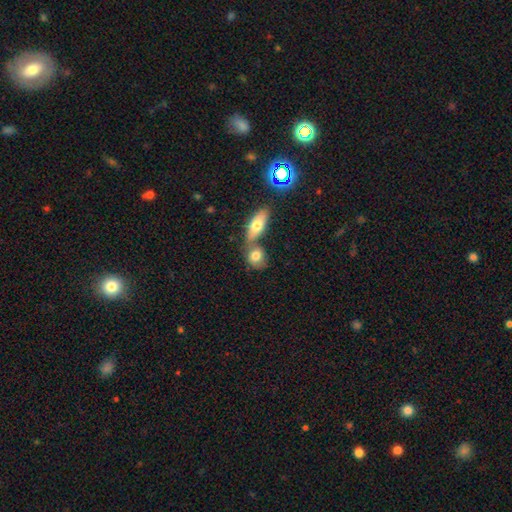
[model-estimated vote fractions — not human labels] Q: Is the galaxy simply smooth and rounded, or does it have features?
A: smooth — 78%.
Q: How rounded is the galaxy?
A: in between — 53%.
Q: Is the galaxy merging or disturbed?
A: merger — 47%.